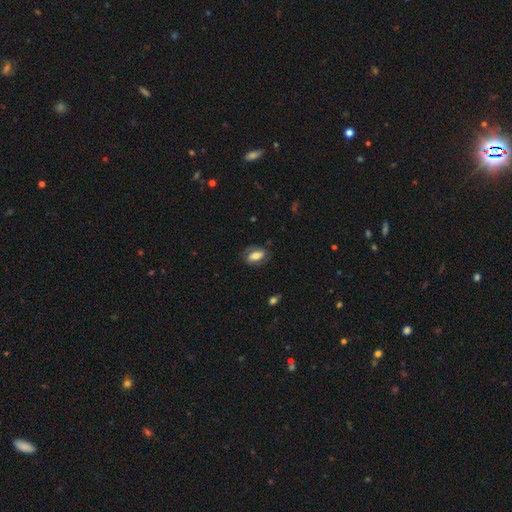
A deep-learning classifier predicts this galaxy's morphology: type=smooth (57%); roundness=in between (86%); merging=none (73%).